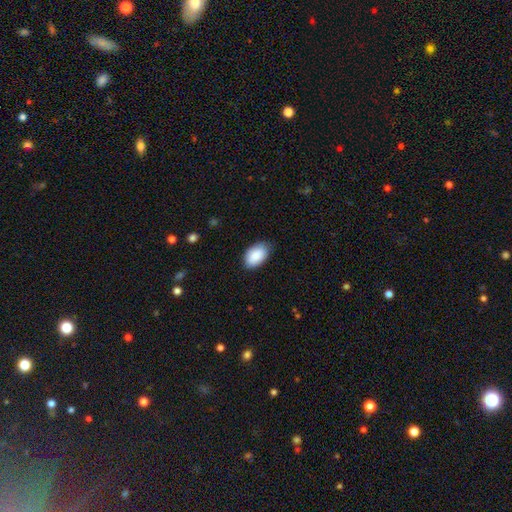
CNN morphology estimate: smooth-or-featured: smooth: 89% | star or artifact: 6% | featured or disk: 5%
  how-rounded: in between: 94% | round: 5% | cigar-shaped: 1%
  merging: none: 80% | minor disturbance: 17% | major disturbance: 3% | merger: 1%